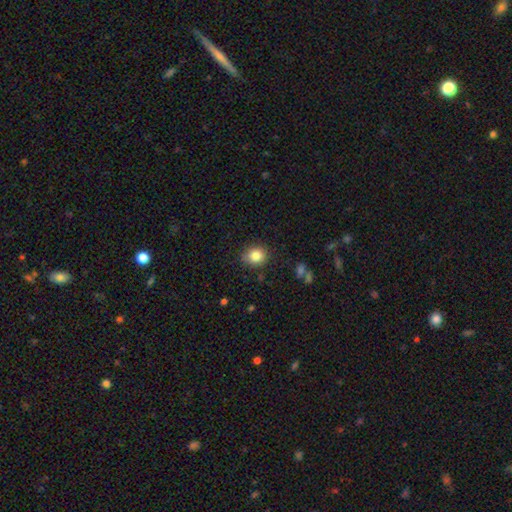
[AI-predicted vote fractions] Smooth or featured?
  - smooth: 84% *
  - star or artifact: 10%
  - featured or disk: 6%
How rounded?
  - round: 71% *
  - in between: 28%
  - cigar-shaped: 1%
Merging?
  - none: 85% *
  - minor disturbance: 11%
  - major disturbance: 3%
  - merger: 2%